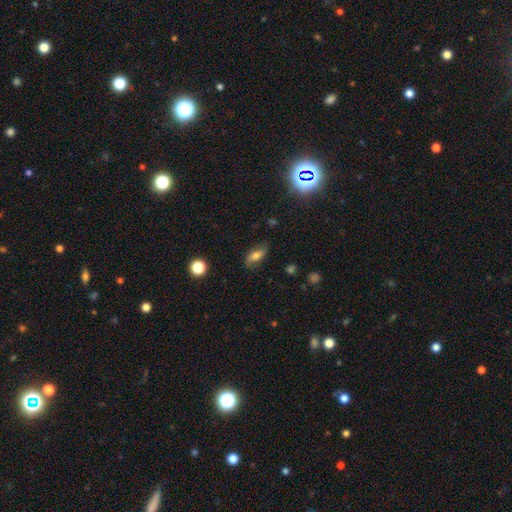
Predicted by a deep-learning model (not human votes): Overall: smooth (56%; featured or disk 34%). How rounded: in between (76%). Merging: none (75%).